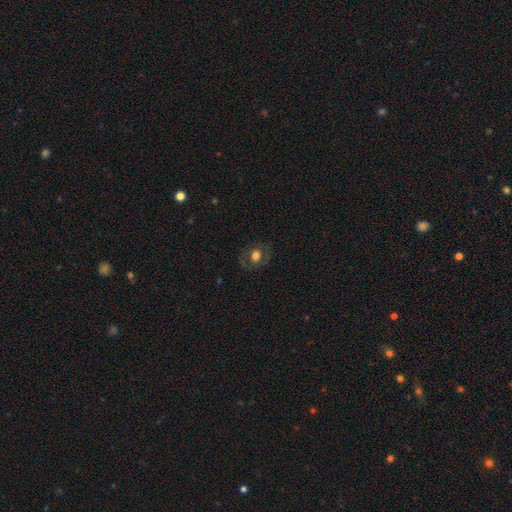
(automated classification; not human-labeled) A smooth galaxy with no disk features (59%) that is round (64%).

Vote fractions:
- Smooth or featured? smooth: 59% / featured or disk: 30% / star or artifact: 11%
- How rounded? round: 64% / in between: 35% / cigar-shaped: 1%
- Merging? none: 80% / minor disturbance: 12% / major disturbance: 7% / merger: 1%